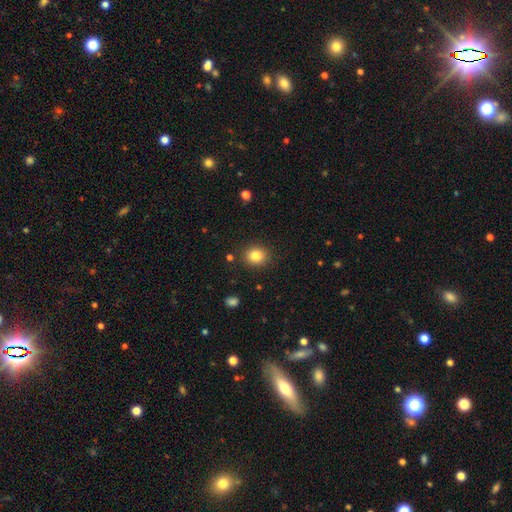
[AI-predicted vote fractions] A smooth galaxy with no disk features (83%) that is round (74%).

Vote fractions:
- Smooth or featured? smooth: 83% / star or artifact: 11% / featured or disk: 6%
- How rounded? round: 74% / in between: 25% / cigar-shaped: 1%
- Merging? none: 89% / minor disturbance: 7% / major disturbance: 2% / merger: 2%